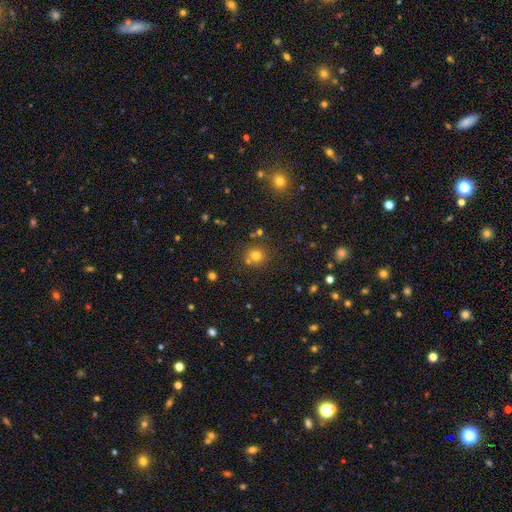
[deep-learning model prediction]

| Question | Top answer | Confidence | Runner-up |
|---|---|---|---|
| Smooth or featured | smooth | 73% | star or artifact (19%) |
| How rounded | round | 90% | in between (9%) |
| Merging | none | 74% | merger (15%) |